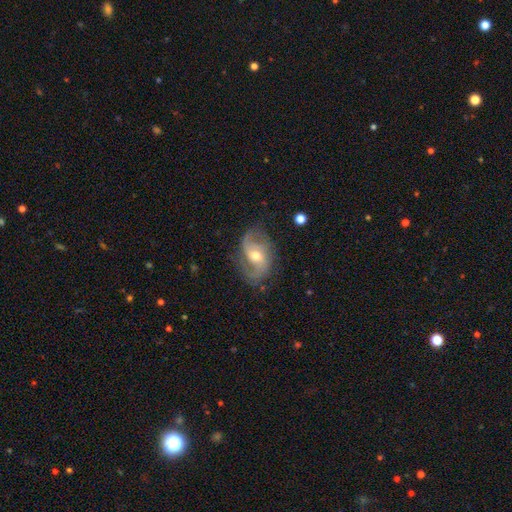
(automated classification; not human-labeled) featured or disk 84%, smooth 10%, star or artifact 7%. Down the decision tree: edge-on disk — no (96%); bar — no (47%); spiral arms — yes (95%); spiral arm count — 2 (79%); spiral winding — medium (45%); bulge size — moderate (63%); merging — none (69%).